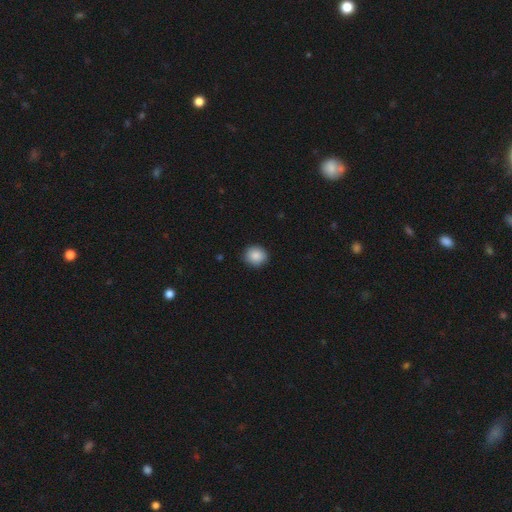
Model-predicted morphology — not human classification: Smooth or featured? Predicted: smooth (p=0.88). How rounded? Predicted: round (p=0.82). Merging? Predicted: none (p=0.90).